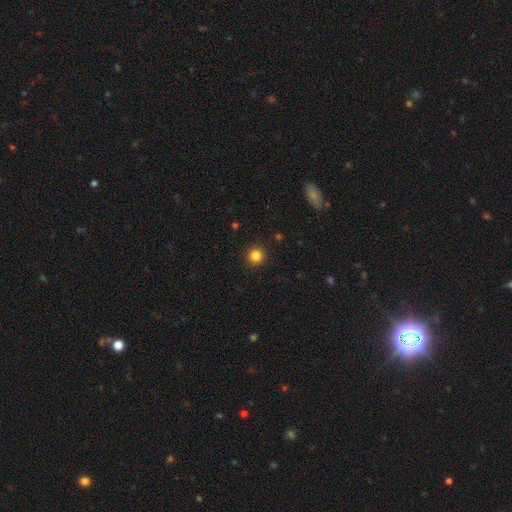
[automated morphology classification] Smooth or featured? Predicted: smooth (p=0.84). How rounded? Predicted: round (p=0.95). Merging? Predicted: none (p=0.92).